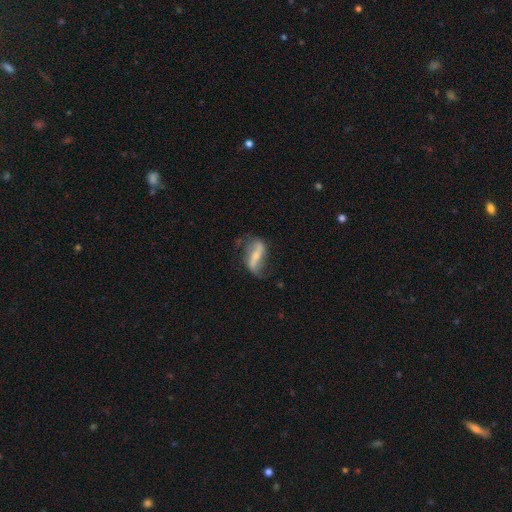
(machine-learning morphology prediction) Smooth or featured?
  - featured or disk: 73% *
  - smooth: 20%
  - star or artifact: 7%
Edge-on disk?
  - no: 87% *
  - yes: 13%
Bar?
  - strong: 61% *
  - weak: 23%
  - no: 16%
Spiral arms?
  - yes: 84% *
  - no: 16%
Spiral winding?
  - loose: 78% *
  - medium: 15%
  - tight: 6%
Spiral arm count?
  - 2: 88% *
  - can't tell: 5%
  - 1: 4%
  - 3: 1%
  - 4: 1%
  - more than 4: 1%
Bulge size?
  - small: 51% *
  - moderate: 30%
  - none: 13%
  - large: 3%
  - dominant: 2%
Merging?
  - none: 62% *
  - minor disturbance: 23%
  - major disturbance: 12%
  - merger: 3%